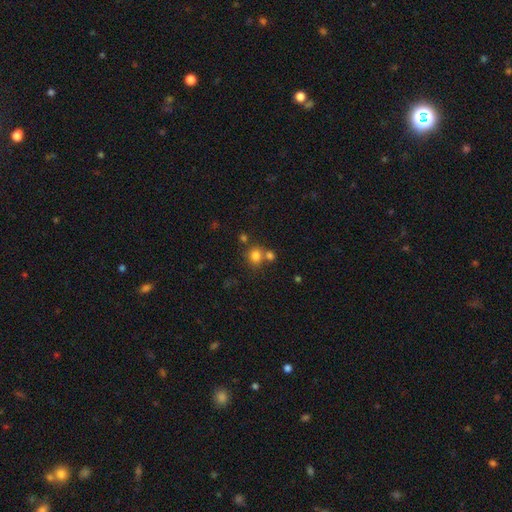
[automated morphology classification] Smooth or featured?
  - smooth: 79% *
  - star or artifact: 13%
  - featured or disk: 8%
How rounded?
  - round: 77% *
  - in between: 22%
  - cigar-shaped: 1%
Merging?
  - none: 56% *
  - merger: 30%
  - minor disturbance: 10%
  - major disturbance: 4%